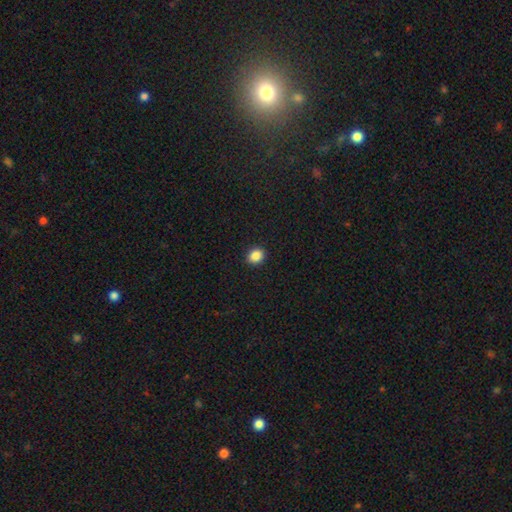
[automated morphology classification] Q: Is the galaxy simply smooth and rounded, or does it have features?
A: smooth — 87%.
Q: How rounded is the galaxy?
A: round — 70%.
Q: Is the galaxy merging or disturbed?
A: none — 92%.